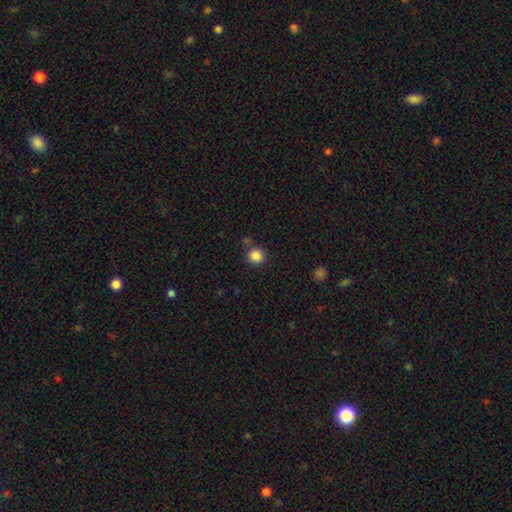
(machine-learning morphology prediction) A smooth galaxy with no disk features (87%) that is round (93%). Merging: none (81%).